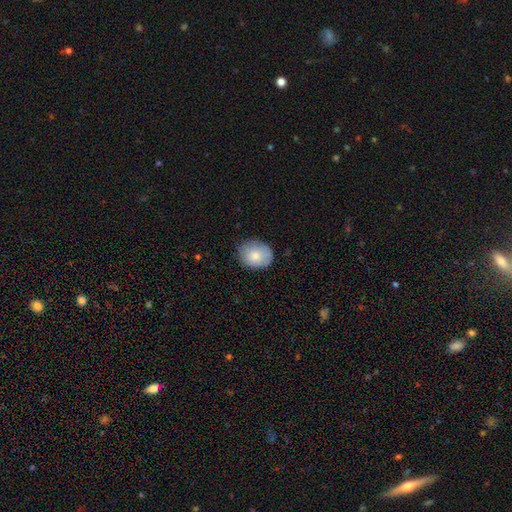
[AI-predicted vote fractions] A smooth galaxy with no disk features (80%) that is round (52%).

Vote fractions:
- Smooth or featured? smooth: 80% / featured or disk: 13% / star or artifact: 7%
- How rounded? round: 52% / in between: 48% / cigar-shaped: 1%
- Merging? none: 75% / minor disturbance: 20% / major disturbance: 4% / merger: 1%